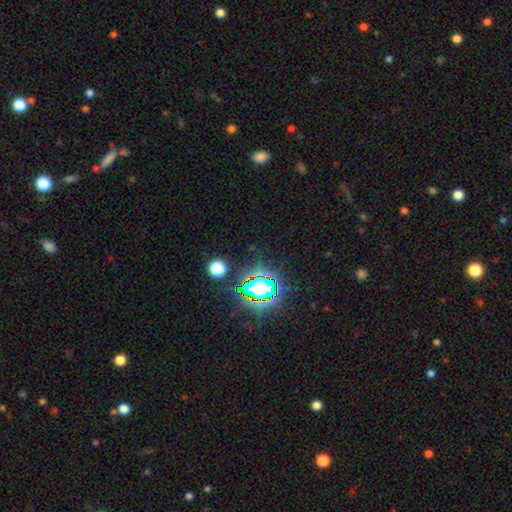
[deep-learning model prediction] Q: Smooth or featured?
A: star or artifact (75%); runner-up: smooth (17%)